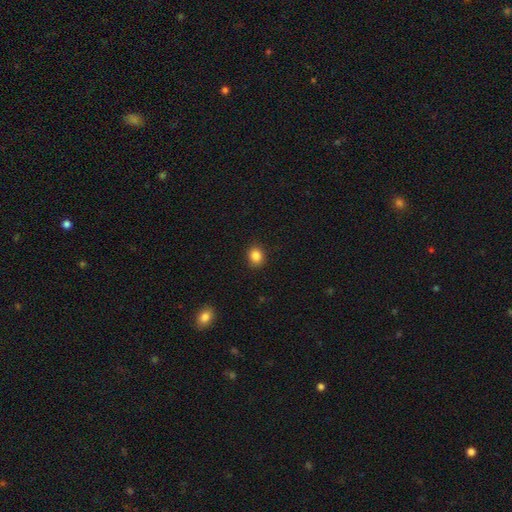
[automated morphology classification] type=smooth (85%); roundness=round (72%); merging=none (90%).